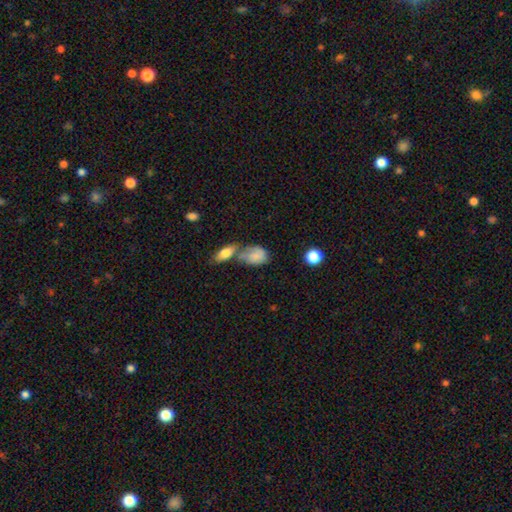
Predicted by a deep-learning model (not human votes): Q: Smooth or featured?
A: smooth (79%); runner-up: featured or disk (14%)
Q: How rounded?
A: in between (84%); runner-up: round (14%)
Q: Merging?
A: merger (41%); runner-up: none (32%)